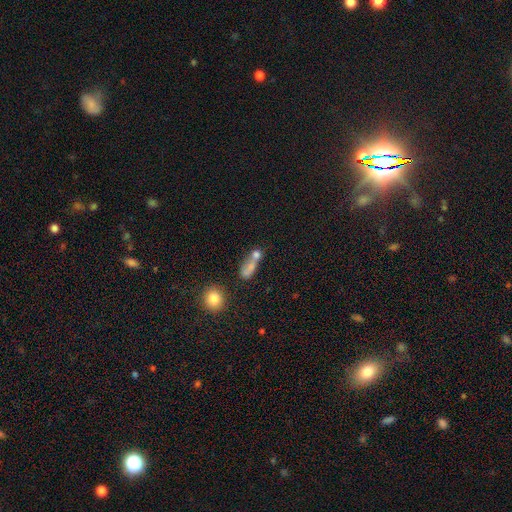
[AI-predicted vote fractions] Smooth or featured: smooth — 66% (featured or disk — 19%)
How rounded: in between — 50% (round — 30%)
Merging: merger — 50% (none — 28%)